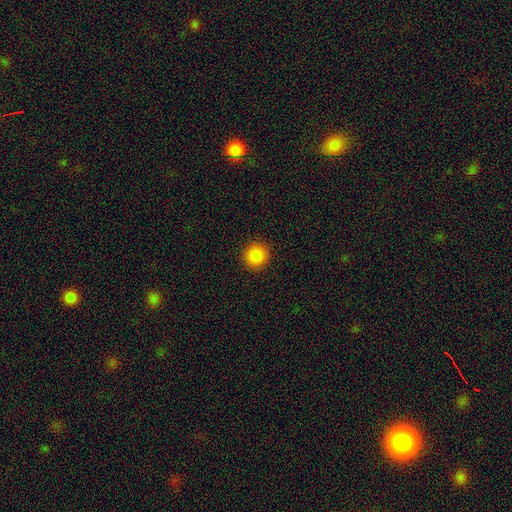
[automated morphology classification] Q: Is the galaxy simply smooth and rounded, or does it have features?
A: smooth — 87%.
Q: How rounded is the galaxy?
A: round — 93%.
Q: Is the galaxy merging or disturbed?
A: none — 92%.